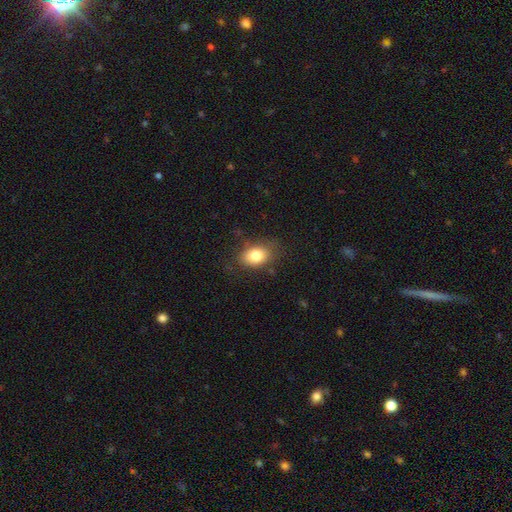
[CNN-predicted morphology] A smooth galaxy with no disk features (80%) that is in between round and cigar-shaped (78%). Merging: none (77%).